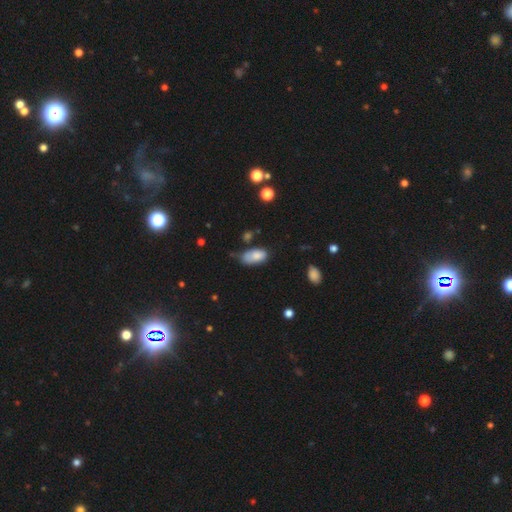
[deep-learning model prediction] A smooth galaxy with no disk features (81%) that is in between round and cigar-shaped (93%). Merging: none (42%).